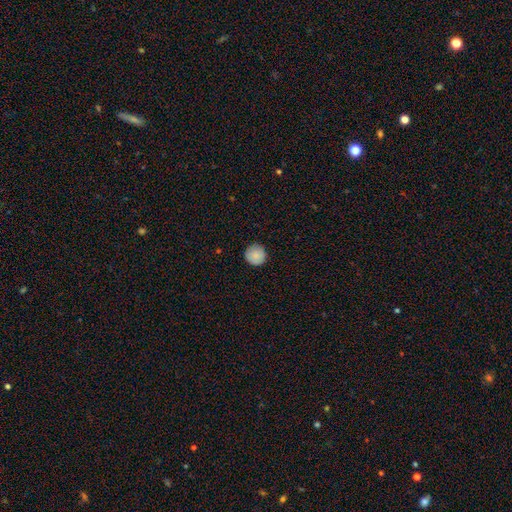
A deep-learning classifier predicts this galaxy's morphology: Smooth or featured?
  - smooth: 87% *
  - star or artifact: 7%
  - featured or disk: 6%
How rounded?
  - round: 96% *
  - in between: 4%
  - cigar-shaped: 1%
Merging?
  - none: 90% *
  - minor disturbance: 7%
  - major disturbance: 2%
  - merger: 1%